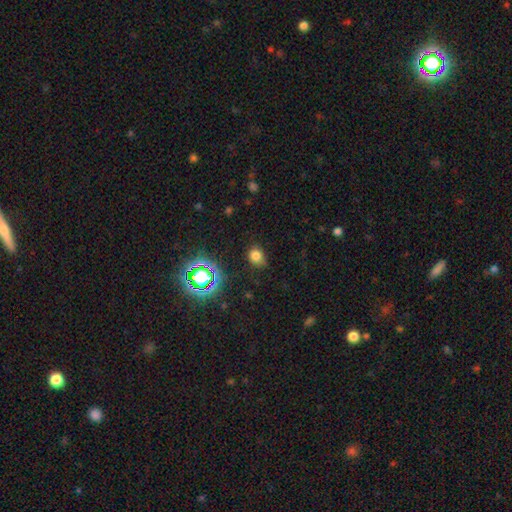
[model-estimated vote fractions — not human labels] Smooth or featured? smooth (73%)
How rounded? round (59%)
Merging? none (77%)